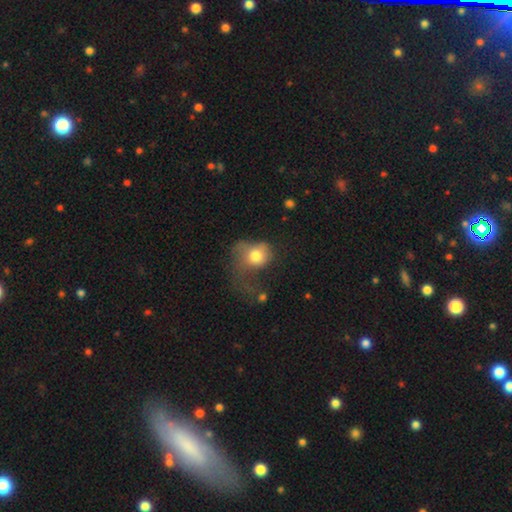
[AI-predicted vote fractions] smooth_or_featured: smooth (p=0.71) [alt: featured or disk p=0.20]
how_rounded: round (p=0.54) [alt: in between p=0.45]
merging: major disturbance (p=0.61) [alt: minor disturbance p=0.18]